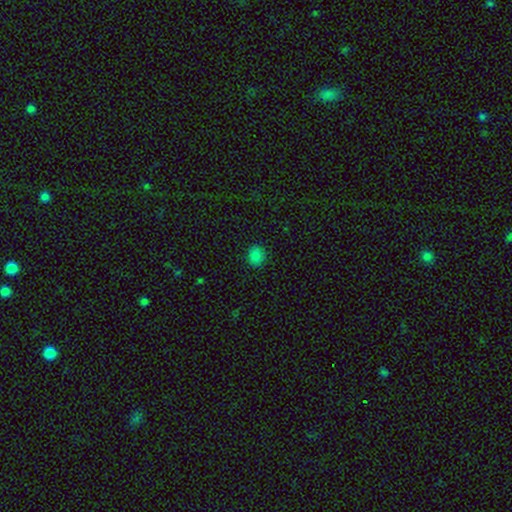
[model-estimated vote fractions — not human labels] The model was most divided on "how rounded": round: 64%, in between: 35%, cigar-shaped: 1%. More confident: merging — none (89%); smooth or featured — smooth (83%).